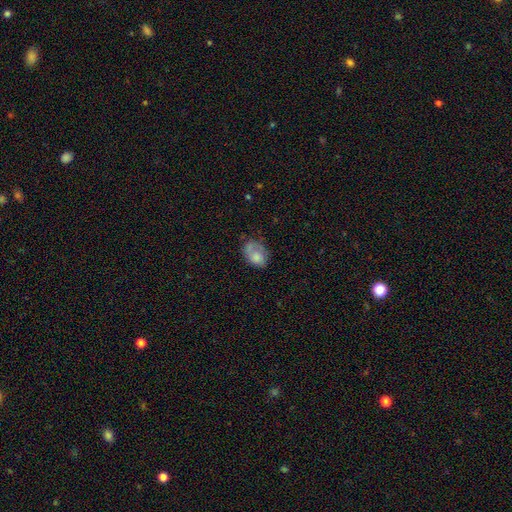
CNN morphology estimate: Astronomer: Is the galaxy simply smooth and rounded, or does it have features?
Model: smooth — 66%.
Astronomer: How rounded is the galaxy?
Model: in between — 80%.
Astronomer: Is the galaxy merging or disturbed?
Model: none — 45% (runner-up: minor disturbance, 30%).